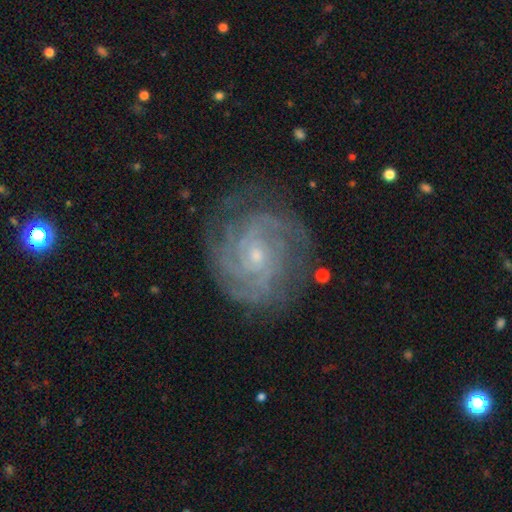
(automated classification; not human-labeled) Smooth or featured?
  - featured or disk: 88% *
  - star or artifact: 6%
  - smooth: 6%
Edge-on disk?
  - no: 98% *
  - yes: 2%
Bar?
  - no: 67% *
  - weak: 27%
  - strong: 6%
Spiral arms?
  - yes: 97% *
  - no: 3%
Spiral winding?
  - tight: 70% *
  - medium: 25%
  - loose: 4%
Spiral arm count?
  - 3: 23% * (tied)
  - can't tell: 23% * (tied)
  - 4: 21%
  - 2: 18%
  - more than 4: 9%
  - 1: 7%
Bulge size?
  - small: 80% *
  - moderate: 15%
  - none: 2%
  - large: 1%
  - dominant: 1%
Merging?
  - none: 77% *
  - minor disturbance: 16%
  - major disturbance: 6%
  - merger: 1%